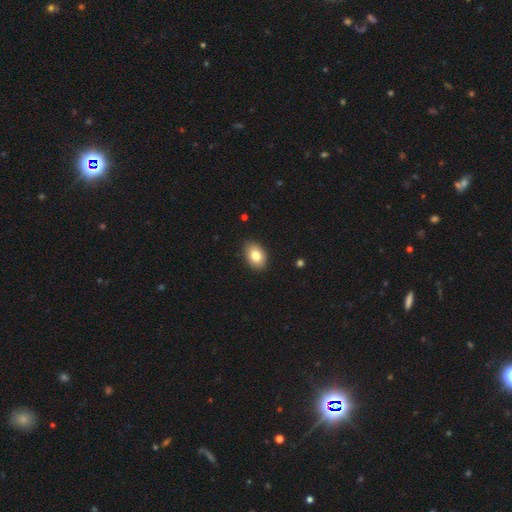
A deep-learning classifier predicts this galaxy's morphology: smooth_or_featured: smooth (p=0.80) [alt: featured or disk p=0.12]
how_rounded: in between (p=0.82) [alt: round p=0.17]
merging: none (p=0.87) [alt: minor disturbance p=0.10]